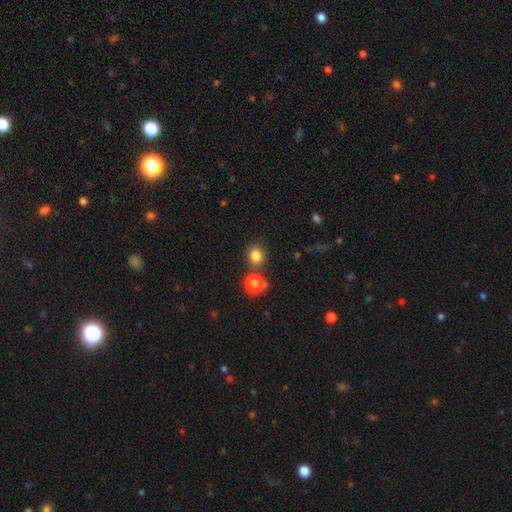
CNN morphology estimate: The model was most divided on "smooth or featured": smooth: 81%, star or artifact: 14%, featured or disk: 5%. More confident: how rounded — round (84%); merging — none (78%).